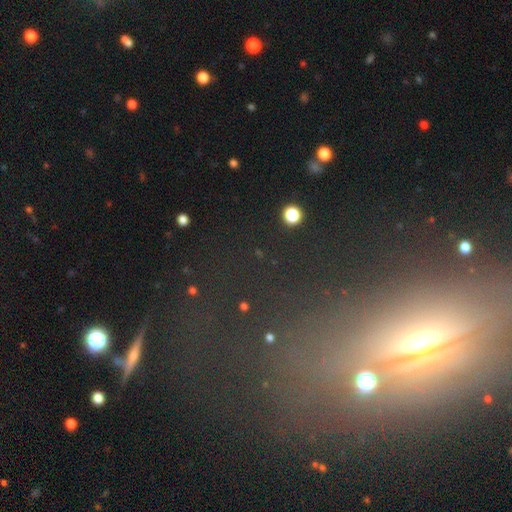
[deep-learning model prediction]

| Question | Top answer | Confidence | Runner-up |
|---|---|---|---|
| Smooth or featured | star or artifact | 47% | featured or disk (28%) |